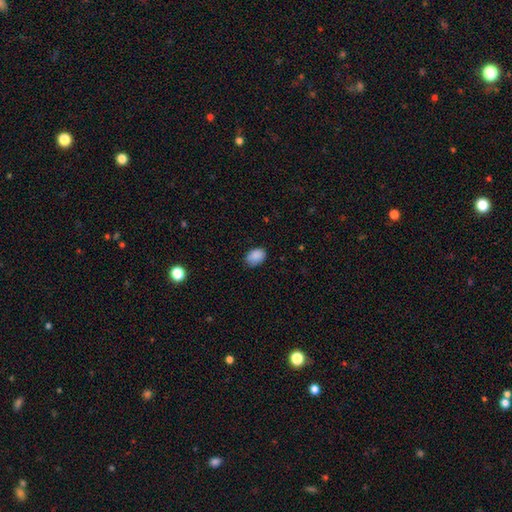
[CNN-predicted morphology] smooth_or_featured: smooth (p=0.88) [alt: star or artifact p=0.08]
how_rounded: in between (p=0.78) [alt: round p=0.21]
merging: none (p=0.75) [alt: minor disturbance p=0.21]